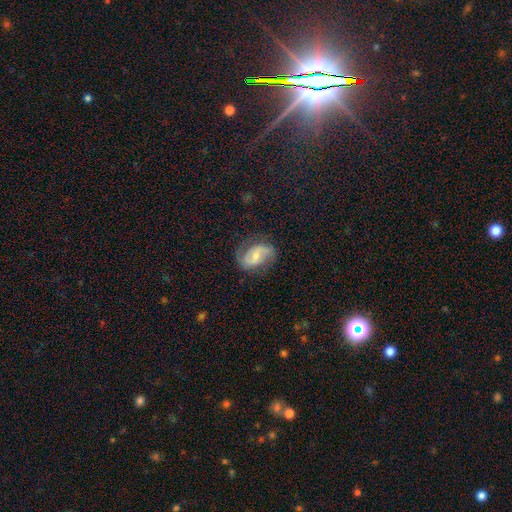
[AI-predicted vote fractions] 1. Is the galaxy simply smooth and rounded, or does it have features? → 68% featured or disk, 24% smooth, 7% star or artifact.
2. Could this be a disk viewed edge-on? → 97% no, 3% yes.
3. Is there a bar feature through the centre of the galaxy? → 45% weak, 38% no, 17% strong.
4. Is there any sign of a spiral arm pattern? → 91% yes, 9% no.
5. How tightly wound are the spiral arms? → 44% medium, 36% loose, 19% tight.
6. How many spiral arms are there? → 86% 2, 7% can't tell, 4% 1, 1% 3, 1% 4, 1% more than 4.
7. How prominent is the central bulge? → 47% small, 39% moderate, 8% none, 5% large, 1% dominant.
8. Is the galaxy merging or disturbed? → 68% none, 20% minor disturbance, 10% major disturbance, 1% merger.